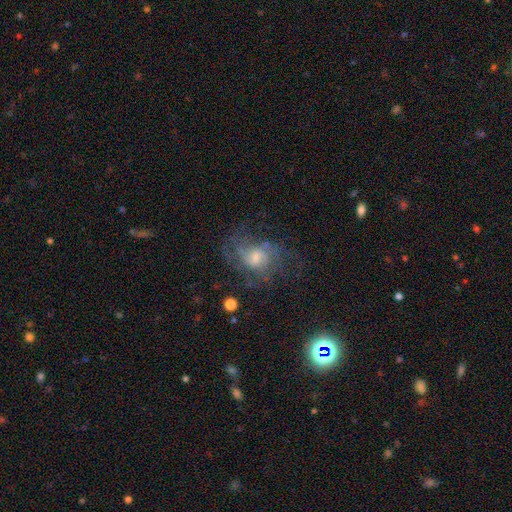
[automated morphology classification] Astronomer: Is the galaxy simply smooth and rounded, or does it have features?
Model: featured or disk — 66%.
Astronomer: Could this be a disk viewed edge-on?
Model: no — 97%.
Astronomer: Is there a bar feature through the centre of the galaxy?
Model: no — 58% (runner-up: weak, 36%).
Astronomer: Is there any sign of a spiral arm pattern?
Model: yes — 84%.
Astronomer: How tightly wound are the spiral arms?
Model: medium — 44% (runner-up: tight, 33%).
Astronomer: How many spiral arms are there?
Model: can't tell — 43% (runner-up: 2, 21%).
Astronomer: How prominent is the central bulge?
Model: moderate — 43% (runner-up: small, 40%).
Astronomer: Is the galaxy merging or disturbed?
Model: none — 61%.